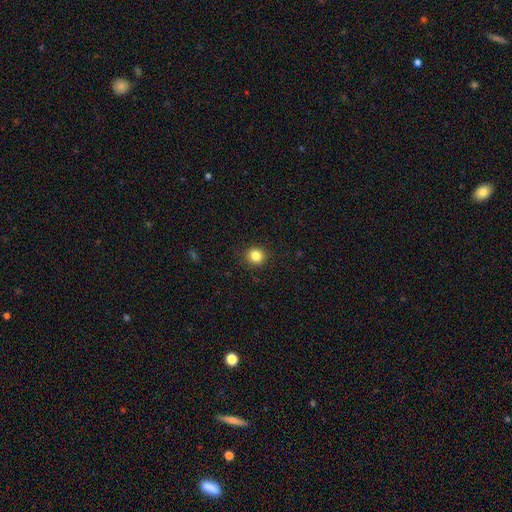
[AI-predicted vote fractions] smooth-or-featured: smooth: 84% | star or artifact: 11% | featured or disk: 5%
  how-rounded: round: 89% | in between: 10% | cigar-shaped: 1%
  merging: none: 91% | minor disturbance: 6% | major disturbance: 2% | merger: 1%